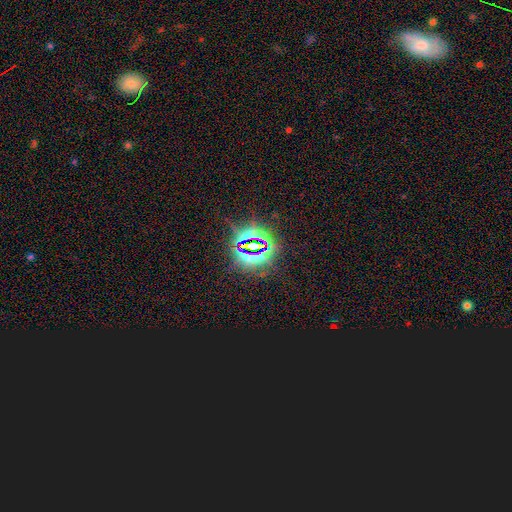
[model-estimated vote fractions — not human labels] A star or artifact, not a galaxy (86%).